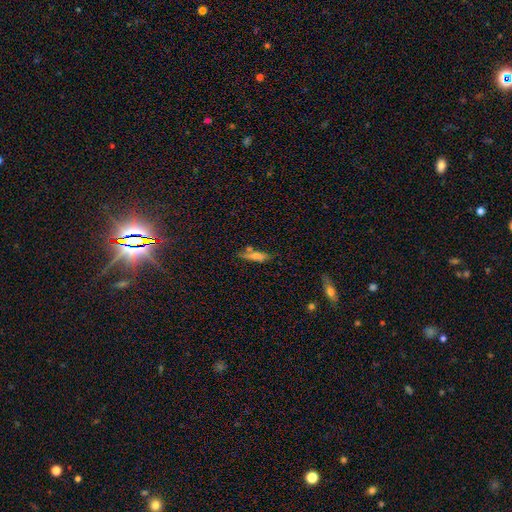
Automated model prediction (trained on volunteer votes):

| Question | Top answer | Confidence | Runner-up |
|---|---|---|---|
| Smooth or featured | smooth | 64% | featured or disk (24%) |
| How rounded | cigar-shaped | 62% | in between (35%) |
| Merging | none | 66% | minor disturbance (18%) |